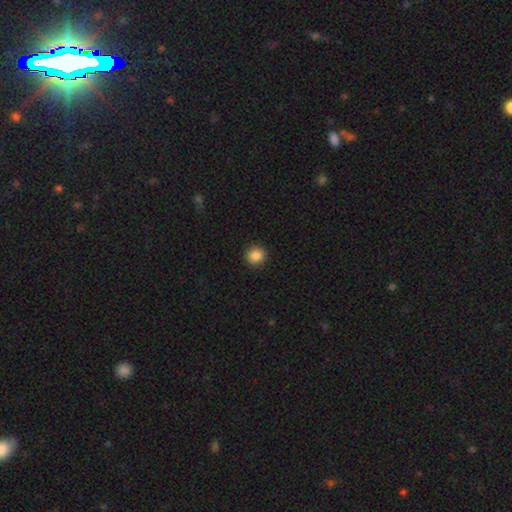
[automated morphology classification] Smooth or featured?
  - smooth: 86% *
  - star or artifact: 10%
  - featured or disk: 4%
How rounded?
  - round: 88% *
  - in between: 11%
  - cigar-shaped: 1%
Merging?
  - none: 91% *
  - minor disturbance: 6%
  - major disturbance: 2%
  - merger: 1%